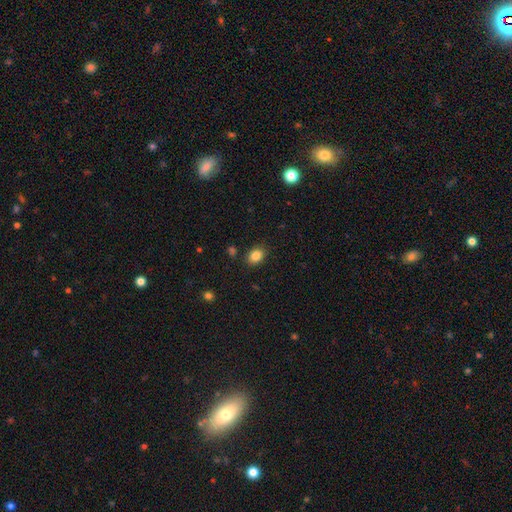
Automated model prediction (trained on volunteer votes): Overall: smooth (85%). How rounded: in between (68%; round 31%). Merging: none (86%).